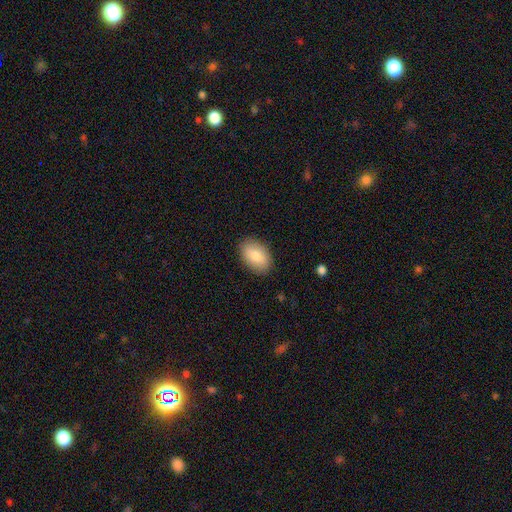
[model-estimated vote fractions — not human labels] Smooth or featured?
  - smooth: 83% *
  - featured or disk: 10%
  - star or artifact: 7%
How rounded?
  - in between: 89% *
  - round: 10%
  - cigar-shaped: 1%
Merging?
  - none: 87% *
  - minor disturbance: 9%
  - major disturbance: 2%
  - merger: 1%